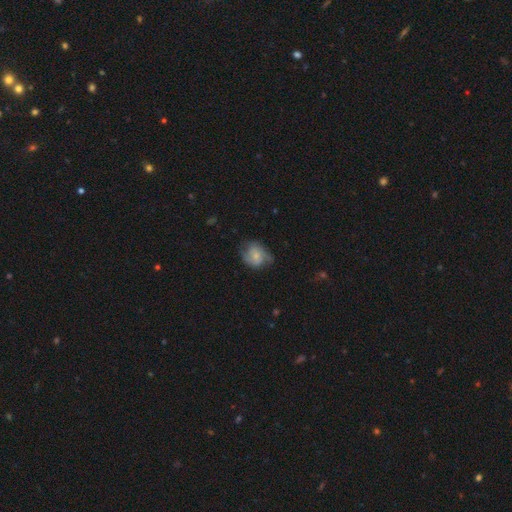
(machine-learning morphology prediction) smooth_or_featured: smooth (p=0.53) [alt: featured or disk p=0.39]
how_rounded: round (p=0.60) [alt: in between p=0.38]
merging: none (p=0.54) [alt: minor disturbance p=0.31]